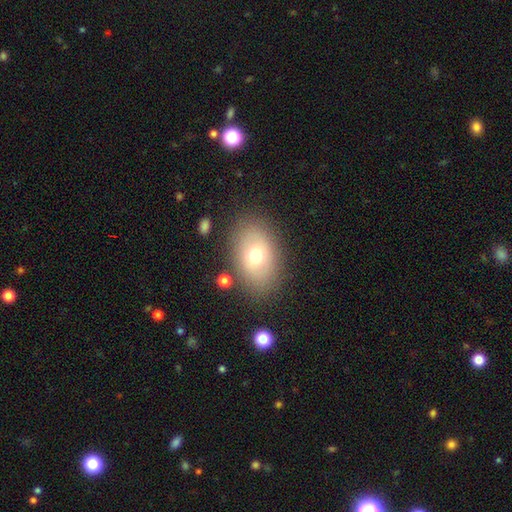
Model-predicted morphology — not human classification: This is likely a smooth galaxy (64%). How rounded: clearly in between (83%). Merging: clearly none (80%).